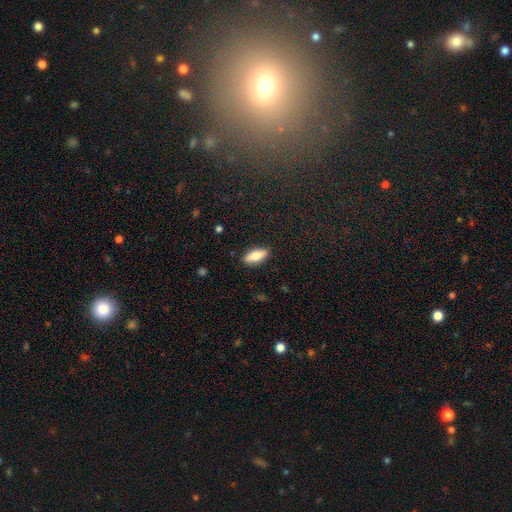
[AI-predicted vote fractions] smooth_or_featured: smooth (p=0.76) [alt: featured or disk p=0.18]
how_rounded: in between (p=0.72) [alt: cigar-shaped p=0.25]
merging: none (p=0.87) [alt: minor disturbance p=0.10]